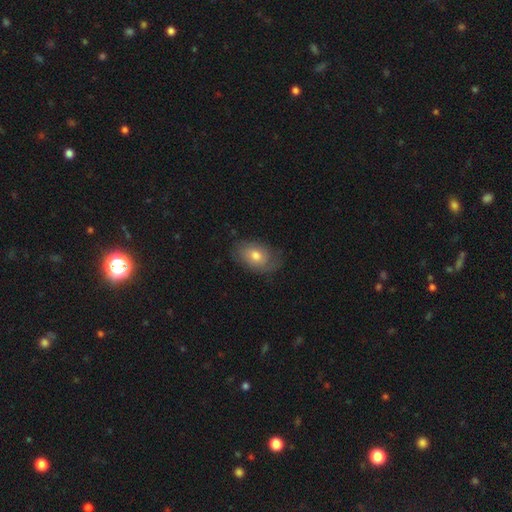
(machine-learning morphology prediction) The model was most divided on "smooth or featured": smooth: 58%, featured or disk: 34%, star or artifact: 8%. More confident: how rounded — in between (78%); merging — none (67%).